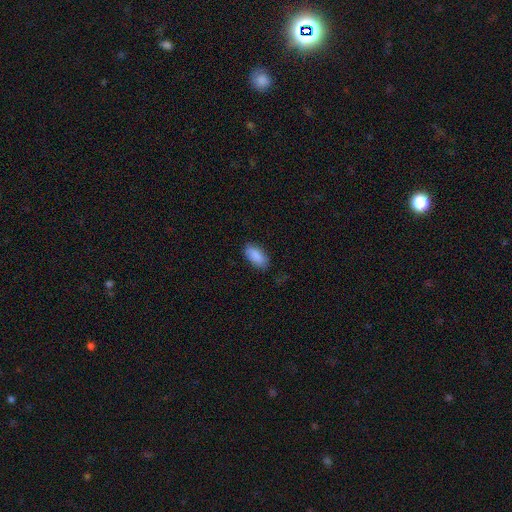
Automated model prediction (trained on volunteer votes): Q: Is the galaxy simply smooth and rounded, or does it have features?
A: smooth — 89%.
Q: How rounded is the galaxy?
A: in between — 91%.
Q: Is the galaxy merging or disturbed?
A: none — 81%.